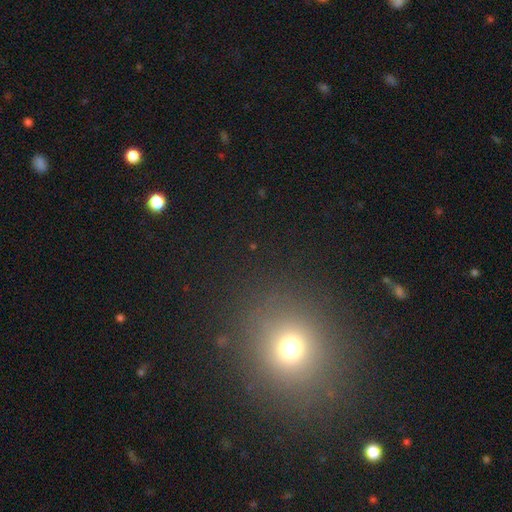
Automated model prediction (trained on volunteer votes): A smooth galaxy with no disk features (58%) that is round (84%). Merging: none (90%).